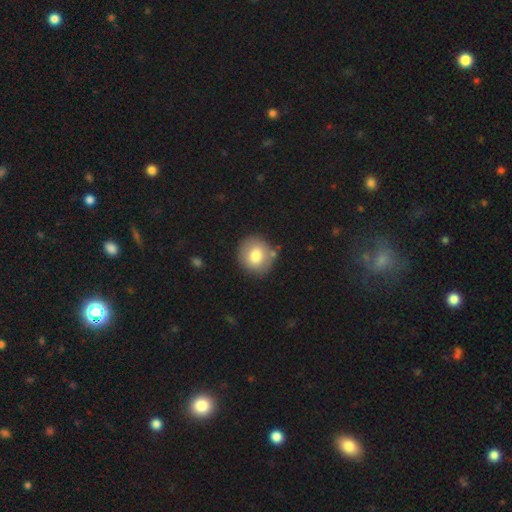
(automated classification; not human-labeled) This is likely a smooth galaxy (77%). How rounded: clearly round (86%). Merging: clearly none (81%).